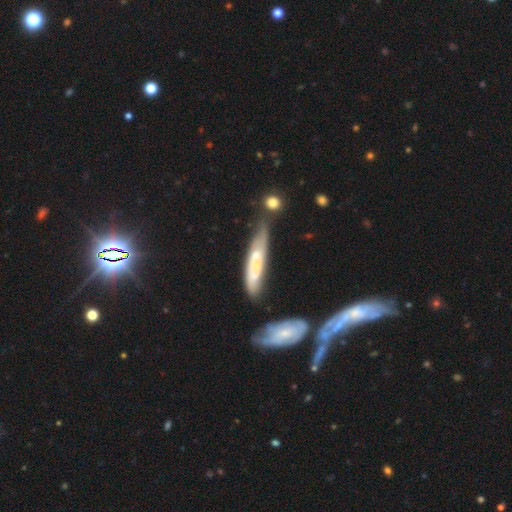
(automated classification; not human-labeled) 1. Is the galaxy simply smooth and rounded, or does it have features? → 54% featured or disk, 40% smooth, 6% star or artifact.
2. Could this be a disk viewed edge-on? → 60% no, 40% yes.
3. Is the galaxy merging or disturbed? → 46% none, 28% minor disturbance, 15% merger, 12% major disturbance.